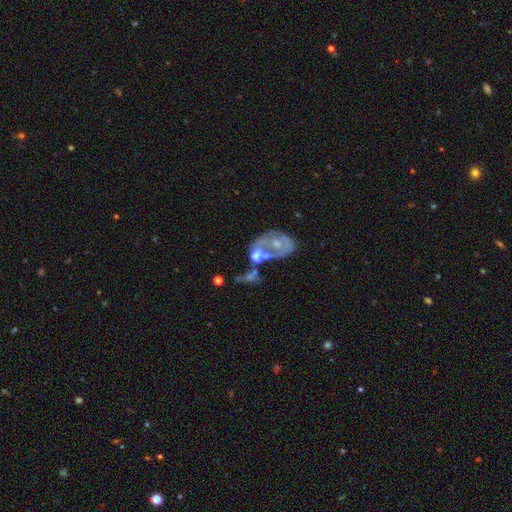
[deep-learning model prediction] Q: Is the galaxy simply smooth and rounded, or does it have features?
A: featured or disk — 59%.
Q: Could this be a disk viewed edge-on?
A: no — 97%.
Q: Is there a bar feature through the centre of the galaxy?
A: no — 85%.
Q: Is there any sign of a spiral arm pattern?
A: no — 80%.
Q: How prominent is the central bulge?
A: moderate — 34%, tied with none.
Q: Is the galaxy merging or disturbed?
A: merger — 49%.